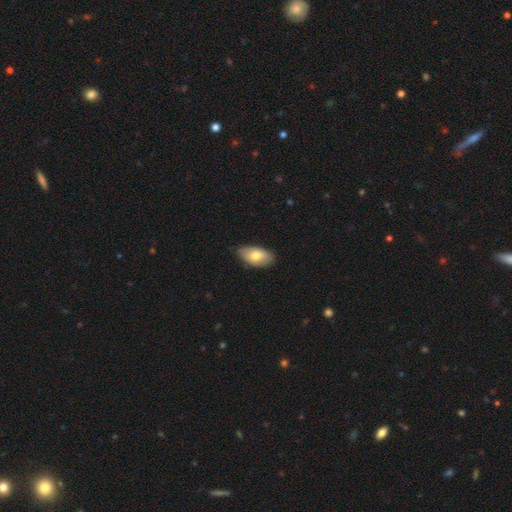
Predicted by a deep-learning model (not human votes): smooth-or-featured: smooth: 73% | featured or disk: 21% | star or artifact: 6%
  how-rounded: in between: 94% | round: 4% | cigar-shaped: 2%
  merging: none: 81% | minor disturbance: 15% | major disturbance: 2% | merger: 1%